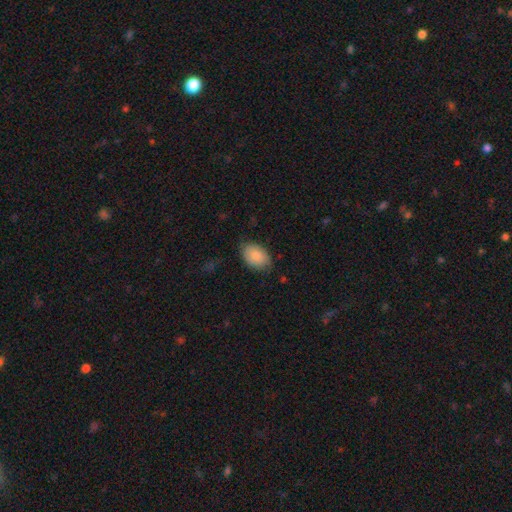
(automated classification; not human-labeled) A smooth galaxy with no disk features (83%) that is in between round and cigar-shaped (87%). Merging: none (75%).